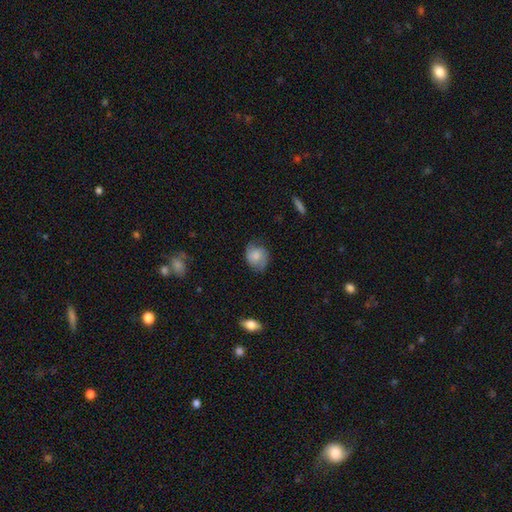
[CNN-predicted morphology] smooth-or-featured: smooth: 68% | featured or disk: 24% | star or artifact: 8%
  how-rounded: round: 53% | in between: 46% | cigar-shaped: 1%
  merging: none: 65% | minor disturbance: 26% | major disturbance: 7% | merger: 1%